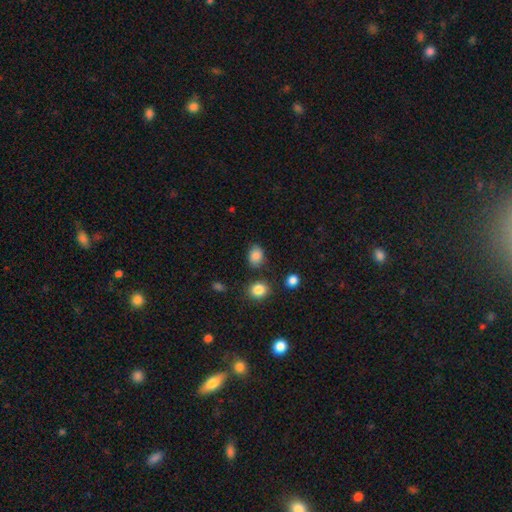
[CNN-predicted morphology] smooth 85%, star or artifact 10%, featured or disk 5%. Down the decision tree: how rounded — in between (60%); merging — none (74%).